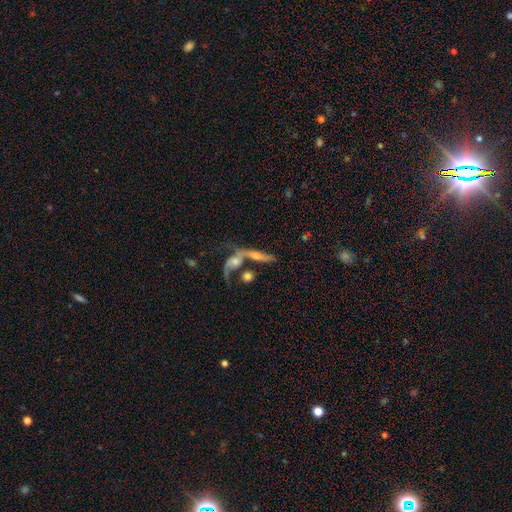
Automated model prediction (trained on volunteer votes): This is marginally a star or artifact rather than a galaxy (37%).